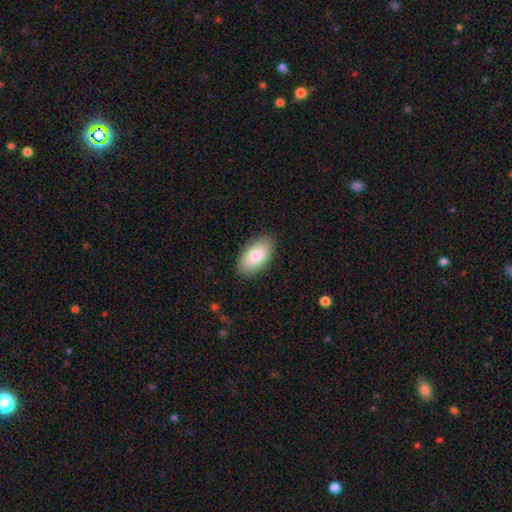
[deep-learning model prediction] smooth_or_featured: smooth (p=0.85) [alt: featured or disk p=0.10]
how_rounded: in between (p=0.95) [alt: round p=0.03]
merging: none (p=0.86) [alt: minor disturbance p=0.10]